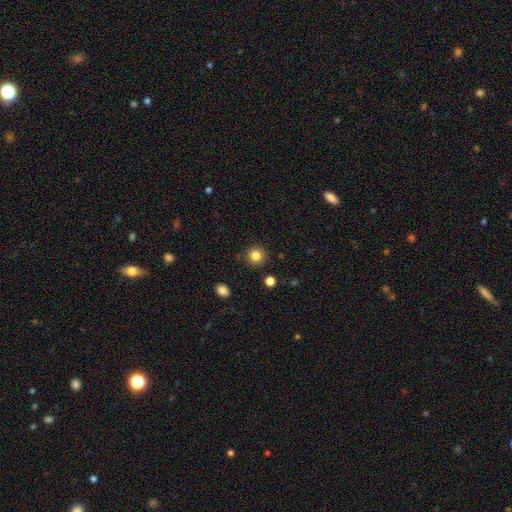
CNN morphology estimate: The model was most divided on "smooth or featured": smooth: 84%, star or artifact: 11%, featured or disk: 5%. More confident: how rounded — round (94%); merging — none (89%).